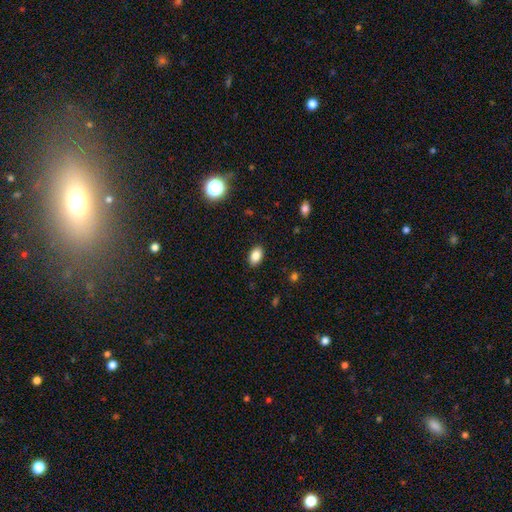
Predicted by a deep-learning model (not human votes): Smooth or featured?
  - smooth: 85% *
  - star or artifact: 9%
  - featured or disk: 6%
How rounded?
  - in between: 88% *
  - round: 11%
  - cigar-shaped: 1%
Merging?
  - none: 89% *
  - minor disturbance: 8%
  - major disturbance: 2%
  - merger: 1%